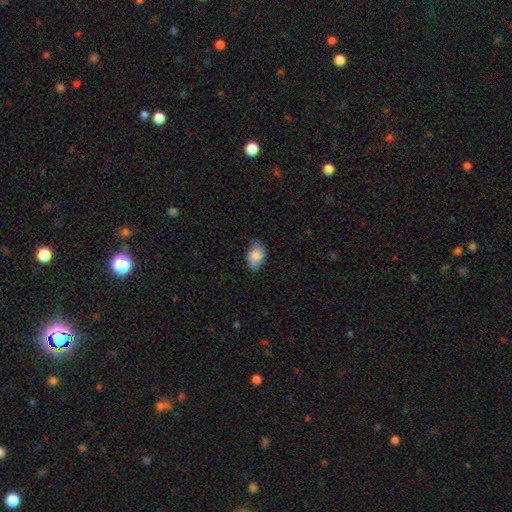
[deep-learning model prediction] smooth_or_featured: smooth (p=0.85) [alt: featured or disk p=0.08]
how_rounded: in between (p=0.86) [alt: round p=0.13]
merging: none (p=0.74) [alt: minor disturbance p=0.22]